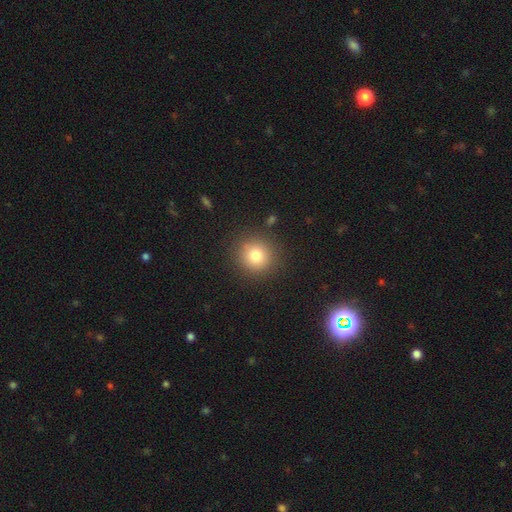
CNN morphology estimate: A smooth galaxy with no disk features (80%) that is round (91%). Merging: none (88%).